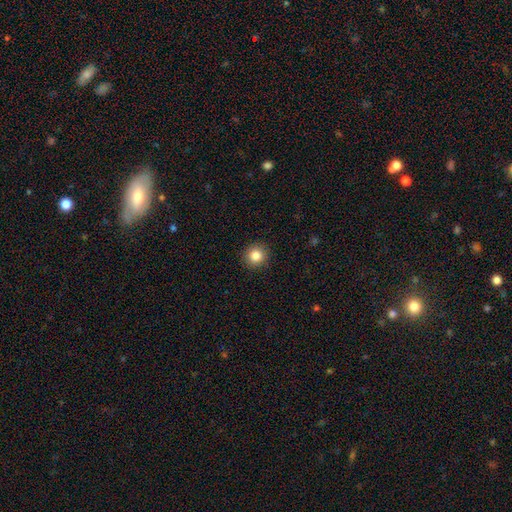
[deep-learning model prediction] Overall: smooth (84%). How rounded: round (92%). Merging: none (92%).